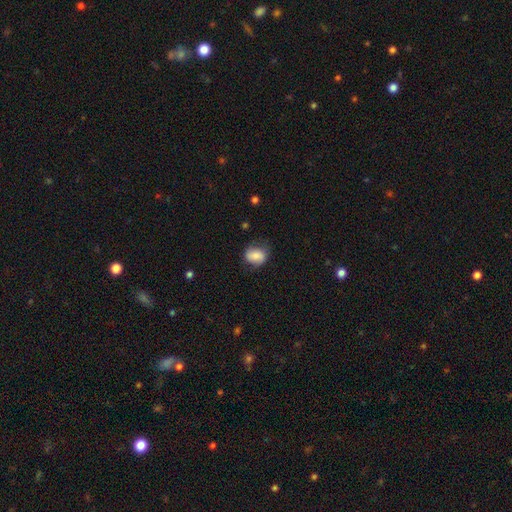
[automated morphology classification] Smooth or featured? Predicted: smooth (p=0.69). How rounded? Predicted: in between (p=0.54). Merging? Predicted: none (p=0.62).